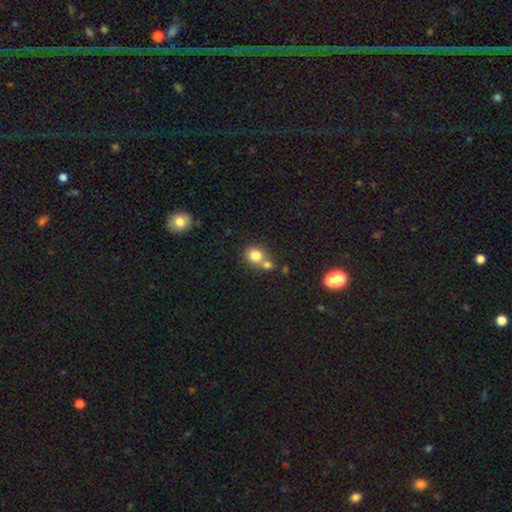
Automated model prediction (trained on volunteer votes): Q: Smooth or featured?
A: smooth (80%); runner-up: star or artifact (11%)
Q: How rounded?
A: round (80%); runner-up: in between (19%)
Q: Merging?
A: none (48%); runner-up: merger (41%)